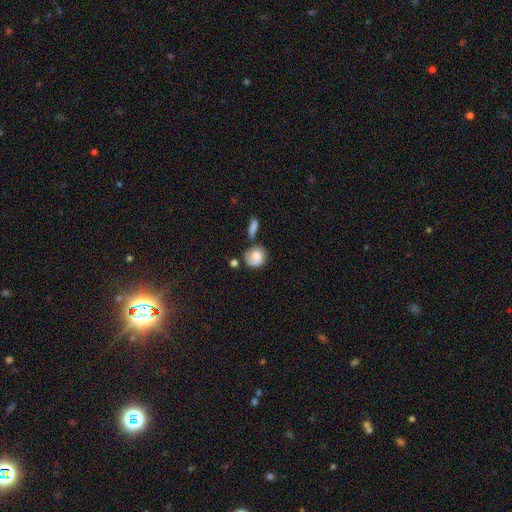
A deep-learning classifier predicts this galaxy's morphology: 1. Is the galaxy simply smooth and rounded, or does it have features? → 71% smooth, 21% featured or disk, 8% star or artifact.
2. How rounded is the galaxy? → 75% round, 24% in between, 1% cigar-shaped.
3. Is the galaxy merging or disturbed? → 44% none, 24% minor disturbance, 20% merger, 12% major disturbance.